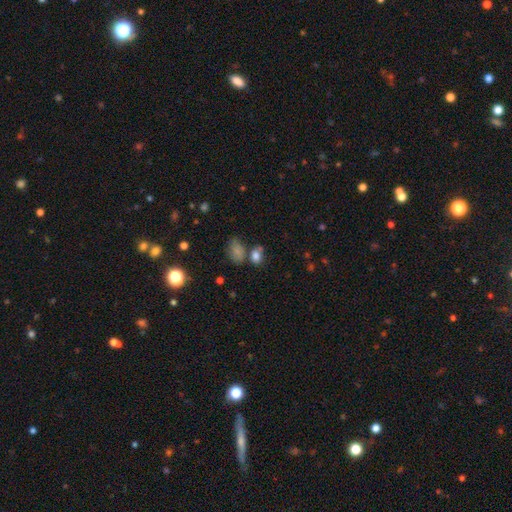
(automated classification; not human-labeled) smooth_or_featured: smooth (p=0.78) [alt: star or artifact p=0.14]
how_rounded: in between (p=0.67) [alt: round p=0.31]
merging: none (p=0.56) [alt: merger p=0.22]